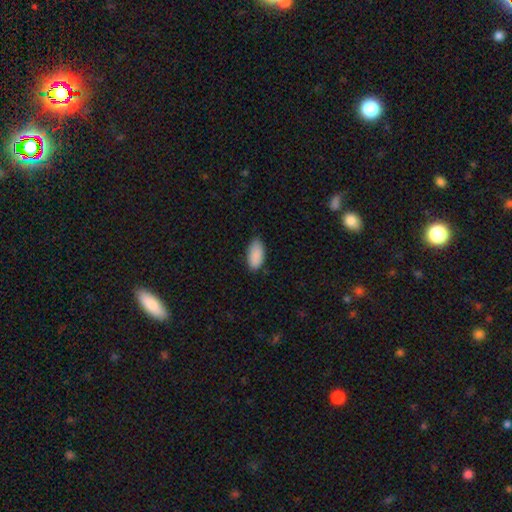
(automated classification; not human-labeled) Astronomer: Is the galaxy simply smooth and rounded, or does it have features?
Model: smooth — 90%.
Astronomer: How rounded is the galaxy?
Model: in between — 93%.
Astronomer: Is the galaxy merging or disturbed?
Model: none — 79%.